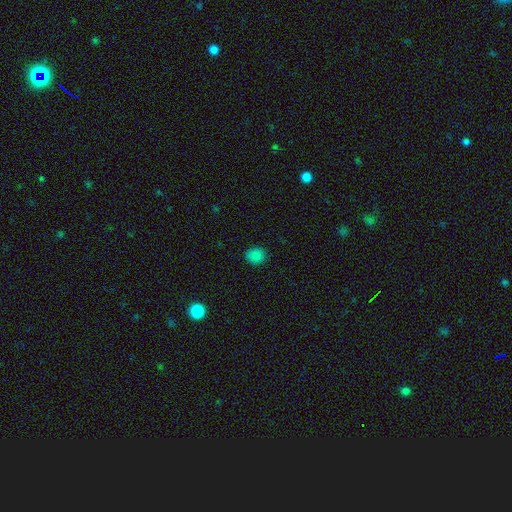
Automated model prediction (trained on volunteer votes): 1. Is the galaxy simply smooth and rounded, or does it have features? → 83% smooth, 14% star or artifact, 3% featured or disk.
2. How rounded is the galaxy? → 68% round, 31% in between, 1% cigar-shaped.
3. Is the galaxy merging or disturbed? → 88% none, 9% minor disturbance, 2% major disturbance, 1% merger.